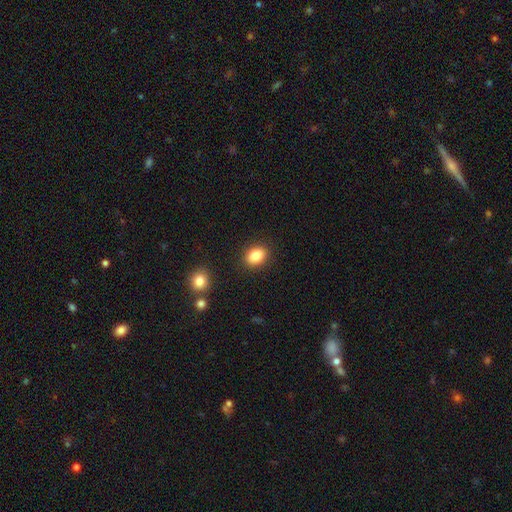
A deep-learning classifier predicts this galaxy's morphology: smooth 86%, star or artifact 9%, featured or disk 6%. Down the decision tree: how rounded — in between (71%); merging — none (88%).